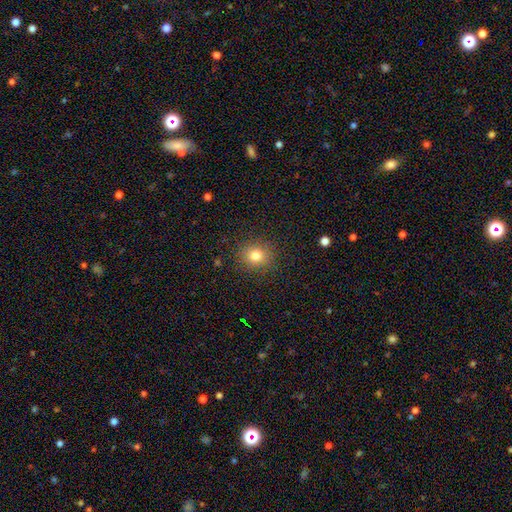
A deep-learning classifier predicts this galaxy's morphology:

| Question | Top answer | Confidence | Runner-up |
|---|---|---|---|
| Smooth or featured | smooth | 80% | star or artifact (13%) |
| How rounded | round | 82% | in between (17%) |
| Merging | none | 88% | minor disturbance (8%) |